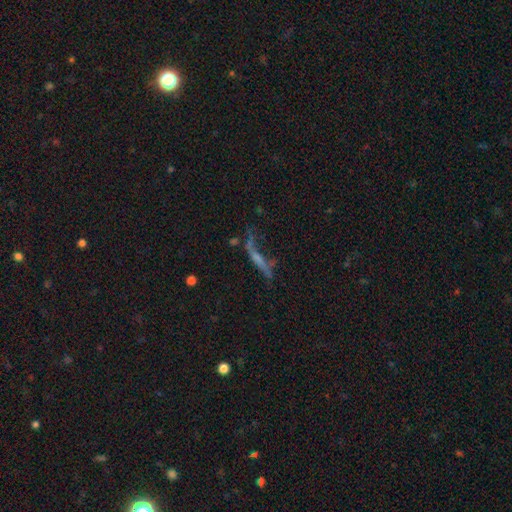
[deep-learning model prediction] Q: Smooth or featured?
A: featured or disk (52%); runner-up: smooth (29%)
Q: Edge-on disk?
A: yes (64%); runner-up: no (36%)
Q: Merging?
A: none (41%); runner-up: major disturbance (28%)